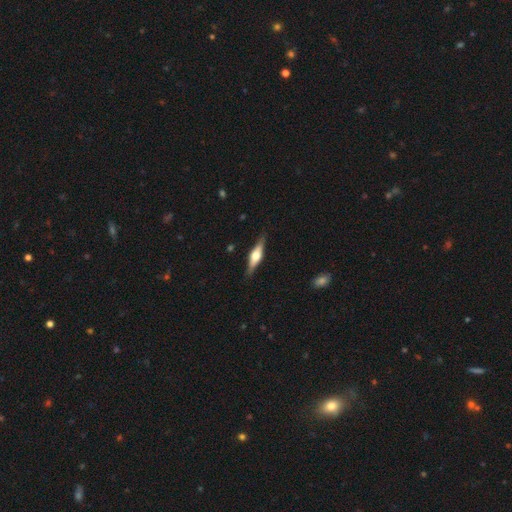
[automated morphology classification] Overall: featured or disk (67%). Edge-on disk: yes (96%). Edge-on bulge: rounded (92%). Merging: none (88%).